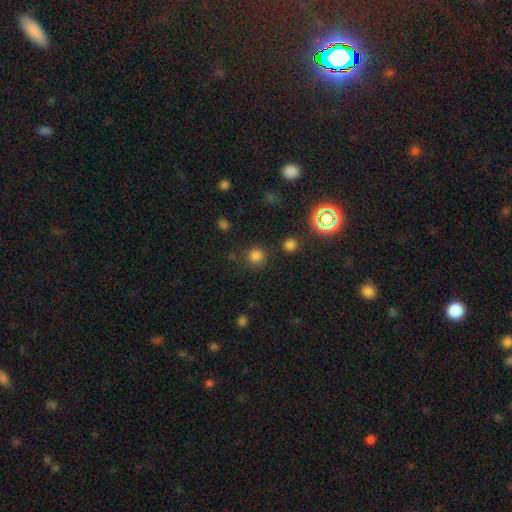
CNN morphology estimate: type=smooth (78%); roundness=round (93%); merging=none (85%).